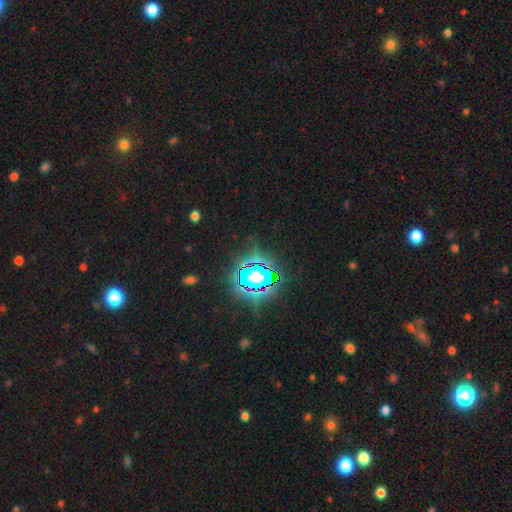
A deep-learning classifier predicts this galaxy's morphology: smooth_or_featured: star or artifact (p=0.80) [alt: smooth p=0.12]